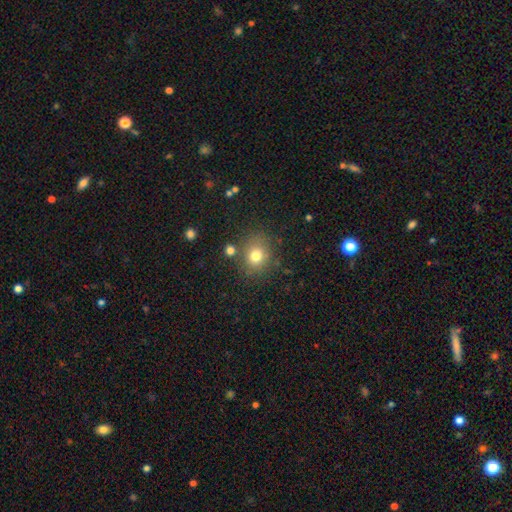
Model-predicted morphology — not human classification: This appears to be a smooth galaxy with no disk features (76%) that is round (68%). Merging: none (77%).